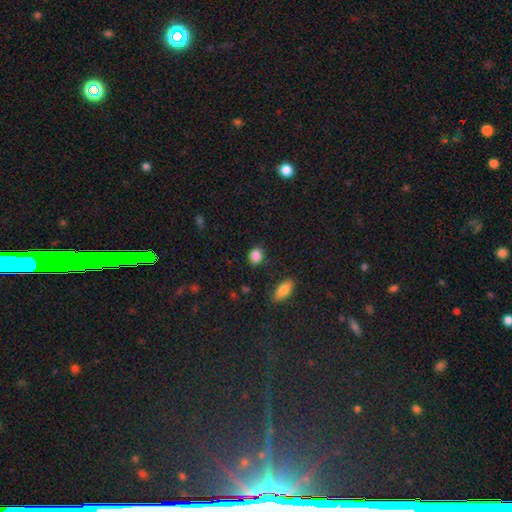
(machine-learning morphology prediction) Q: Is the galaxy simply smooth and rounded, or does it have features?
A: smooth — 86%.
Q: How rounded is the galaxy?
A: in between — 54%.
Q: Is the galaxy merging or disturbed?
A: none — 80%.